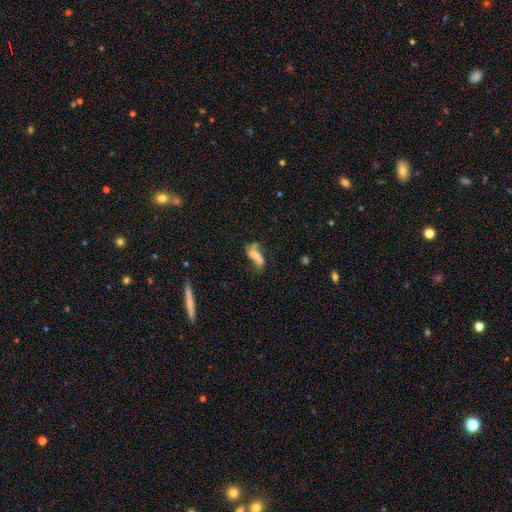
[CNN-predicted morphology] Smooth or featured: smooth — 50% (featured or disk — 37%)
Merging: merger — 34% (major disturbance — 26%)